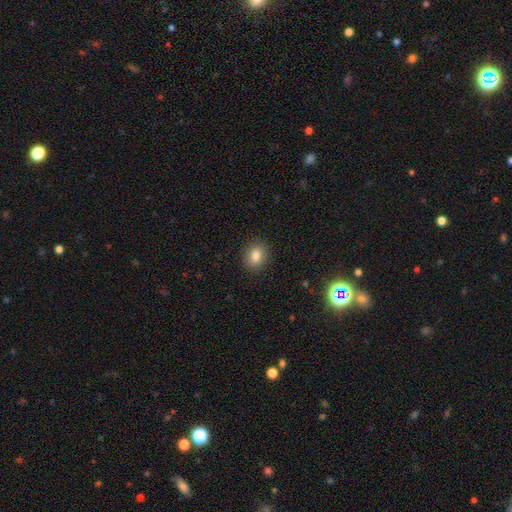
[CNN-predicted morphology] Overall: smooth (82%). How rounded: round (54%; in between 45%). Merging: none (90%).